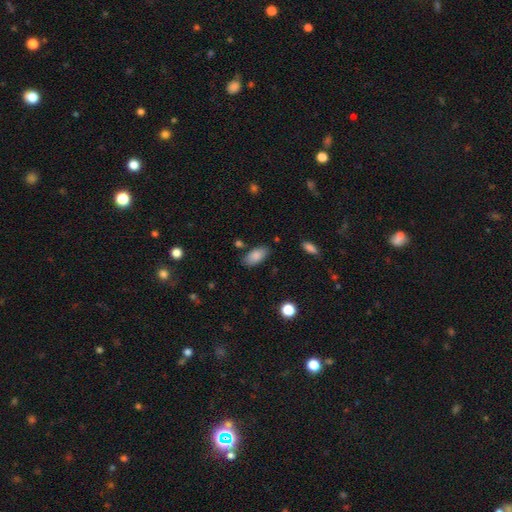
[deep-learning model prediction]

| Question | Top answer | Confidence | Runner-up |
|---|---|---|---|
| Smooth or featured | smooth | 85% | star or artifact (7%) |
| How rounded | in between | 91% | cigar-shaped (6%) |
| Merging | none | 79% | minor disturbance (14%) |